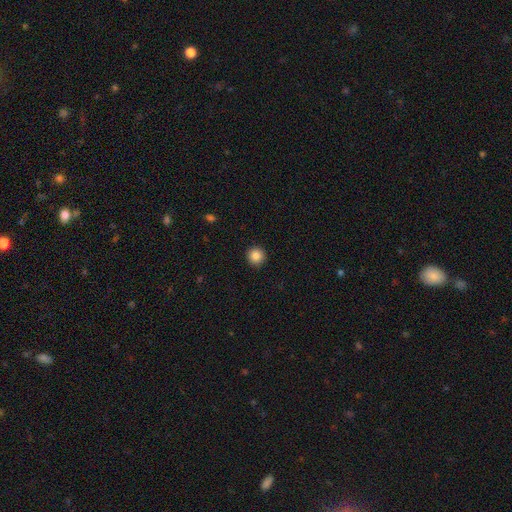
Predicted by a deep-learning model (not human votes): This is clearly a smooth galaxy (86%). How rounded: clearly round (95%). Merging: clearly none (93%).